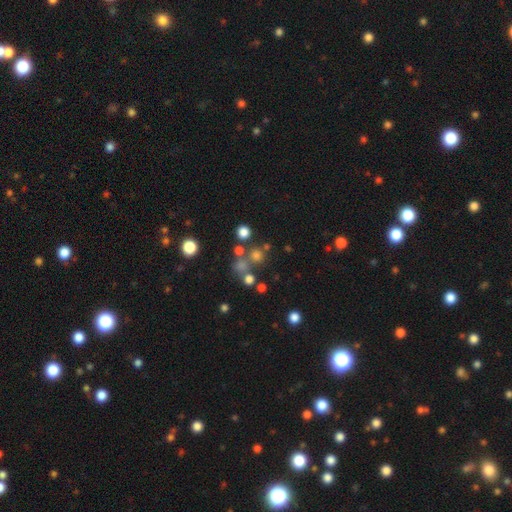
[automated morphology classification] smooth_or_featured: smooth (p=0.59) [alt: star or artifact p=0.28]
how_rounded: round (p=0.91) [alt: in between p=0.08]
merging: none (p=0.65) [alt: merger p=0.22]